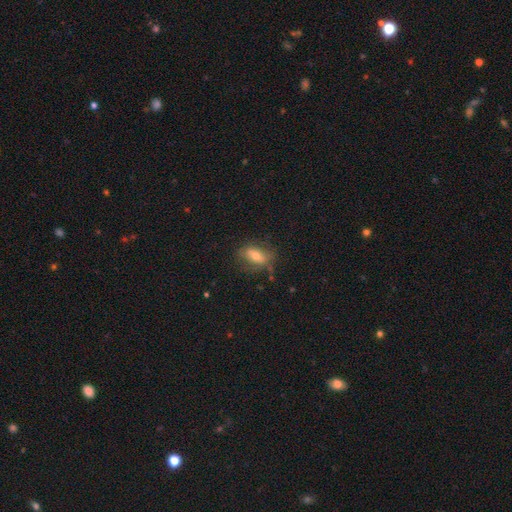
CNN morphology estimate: This appears to be a smooth galaxy with no disk features (54%) that is in between round and cigar-shaped (76%). Merging: none (64%).